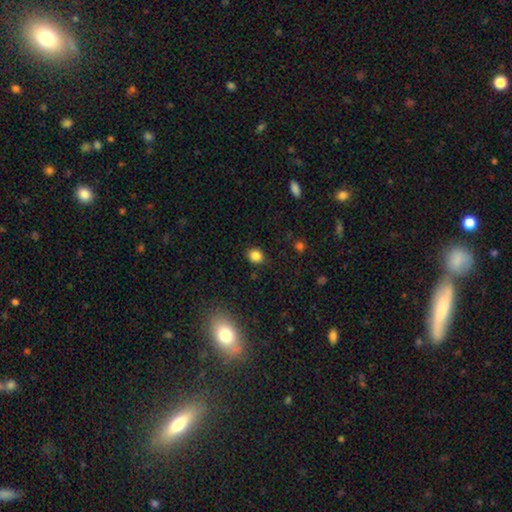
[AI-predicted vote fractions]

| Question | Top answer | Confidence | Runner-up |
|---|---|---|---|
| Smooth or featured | smooth | 84% | star or artifact (12%) |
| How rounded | round | 68% | in between (31%) |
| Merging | none | 87% | minor disturbance (9%) |